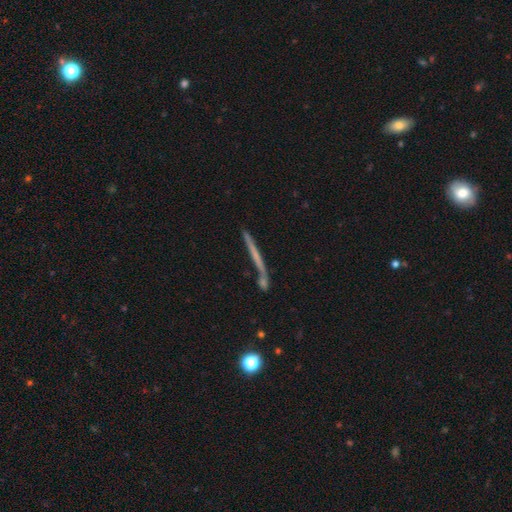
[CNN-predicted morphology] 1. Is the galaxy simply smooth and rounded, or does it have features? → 54% featured or disk, 38% smooth, 9% star or artifact.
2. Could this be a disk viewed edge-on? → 94% yes, 6% no.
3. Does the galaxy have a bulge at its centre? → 83% none, 11% rounded, 6% boxy.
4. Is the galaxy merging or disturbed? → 67% none, 16% merger, 12% minor disturbance, 5% major disturbance.